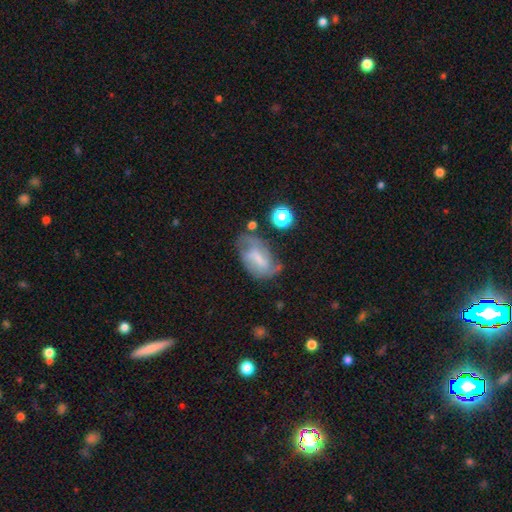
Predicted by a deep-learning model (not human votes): smooth_or_featured: featured or disk (p=0.59) [alt: smooth p=0.32]
disk_edge_on: no (p=0.95) [alt: yes p=0.05]
bar: weak (p=0.47) [alt: strong p=0.28]
has_spiral_arms: yes (p=0.76) [alt: no p=0.24]
bulge_size: none (p=0.35) [tied with: small p=0.35]
merging: none (p=0.49) [alt: minor disturbance p=0.29]